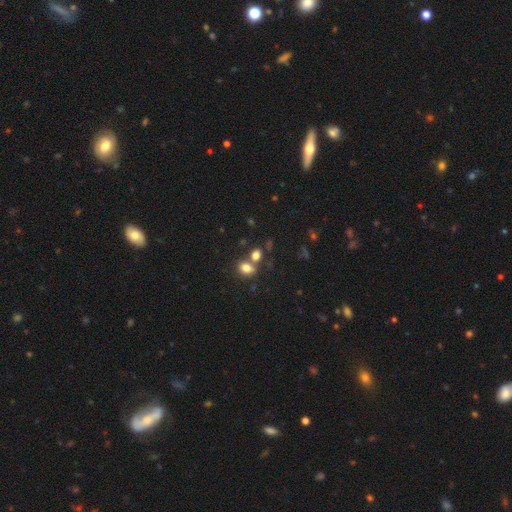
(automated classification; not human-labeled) smooth_or_featured: smooth (p=0.78) [alt: star or artifact p=0.13]
how_rounded: in between (p=0.55) [alt: round p=0.43]
merging: none (p=0.46) [alt: merger p=0.40]